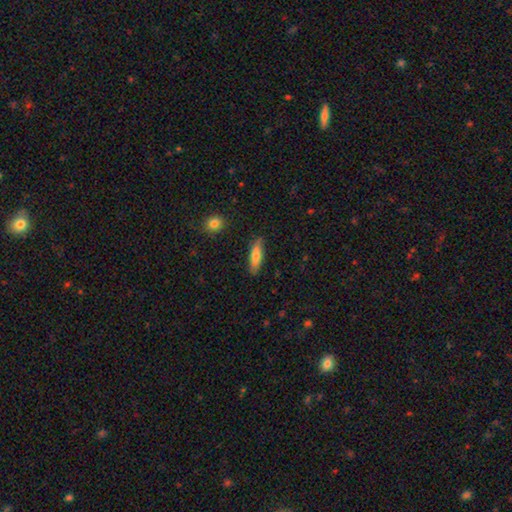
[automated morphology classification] smooth_or_featured: smooth (p=0.73) [alt: featured or disk p=0.21]
how_rounded: cigar-shaped (p=0.56) [alt: in between p=0.41]
merging: none (p=0.83) [alt: minor disturbance p=0.13]